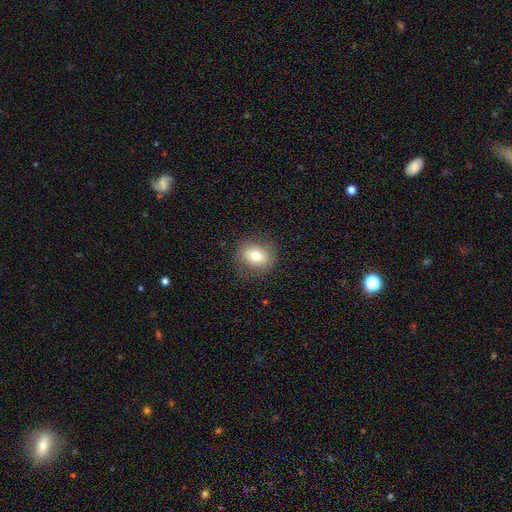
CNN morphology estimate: smooth_or_featured: smooth (p=0.75) [alt: featured or disk p=0.15]
how_rounded: round (p=0.58) [alt: in between p=0.41]
merging: none (p=0.85) [alt: minor disturbance p=0.10]